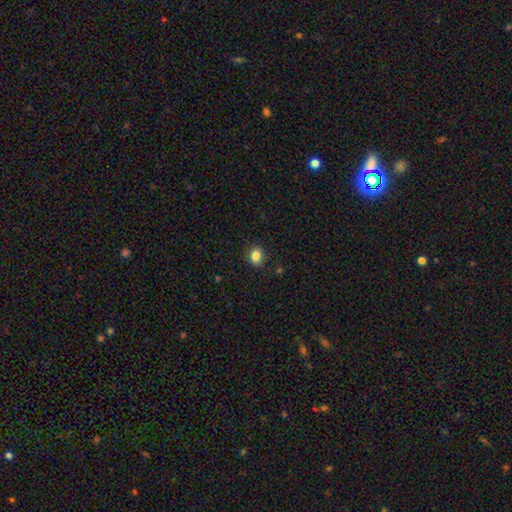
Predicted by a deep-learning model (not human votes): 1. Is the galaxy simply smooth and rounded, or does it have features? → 85% smooth, 10% star or artifact, 5% featured or disk.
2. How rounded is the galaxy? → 54% in between, 45% round, 1% cigar-shaped.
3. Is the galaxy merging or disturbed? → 89% none, 8% minor disturbance, 2% major disturbance, 1% merger.